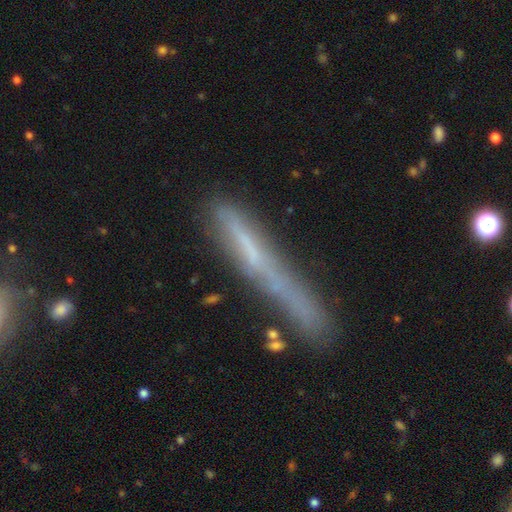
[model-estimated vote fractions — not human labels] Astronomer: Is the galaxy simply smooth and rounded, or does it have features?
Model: featured or disk — 48% (runner-up: smooth, 41%).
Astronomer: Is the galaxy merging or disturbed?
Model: none — 57%.